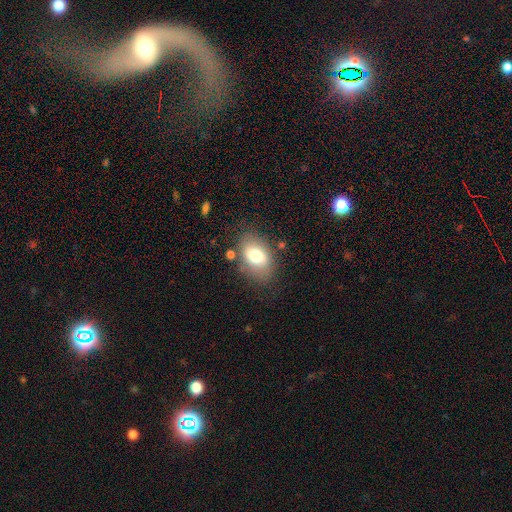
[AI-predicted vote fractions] This appears to be a smooth galaxy with no disk features (72%) that is in between round and cigar-shaped (85%). Merging: none (73%).